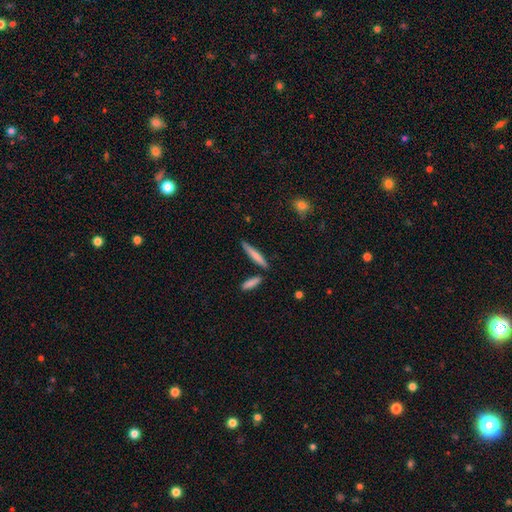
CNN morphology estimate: Smooth or featured? Predicted: smooth (p=0.69). How rounded? Predicted: cigar-shaped (p=0.92). Merging? Predicted: none (p=0.81).